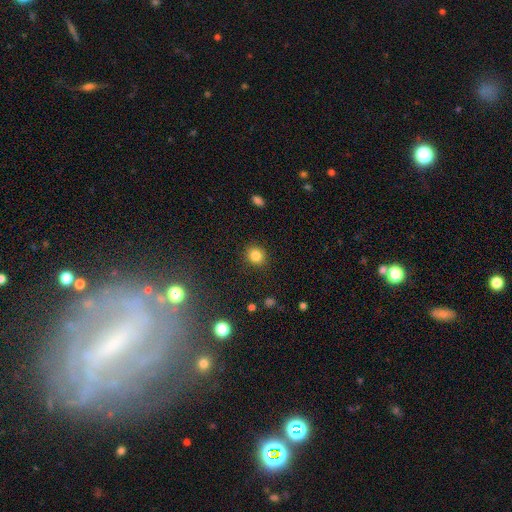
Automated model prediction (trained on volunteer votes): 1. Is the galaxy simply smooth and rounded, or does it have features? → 84% smooth, 11% star or artifact, 5% featured or disk.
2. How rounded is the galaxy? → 83% round, 16% in between, 1% cigar-shaped.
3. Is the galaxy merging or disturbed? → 89% none, 7% minor disturbance, 2% major disturbance, 1% merger.